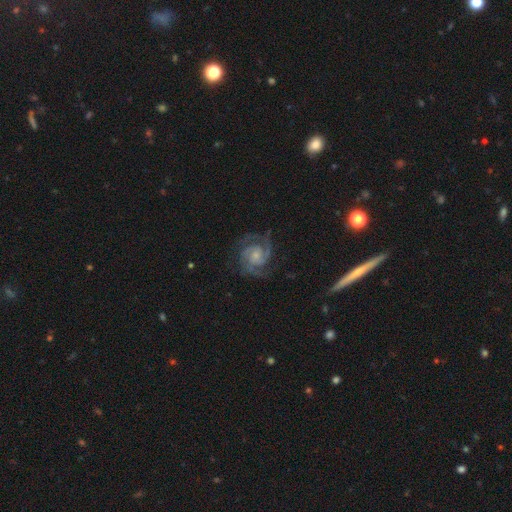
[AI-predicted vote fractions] Overall: featured or disk (91%). Edge-on disk: no (98%). Bar: no (64%; weak 30%). Spiral arms: yes (98%). Spiral arm count: 2 (75%). Spiral winding: tight (53%; medium 41%). Bulge size: small (53%; moderate 29%). Merging: none (76%).